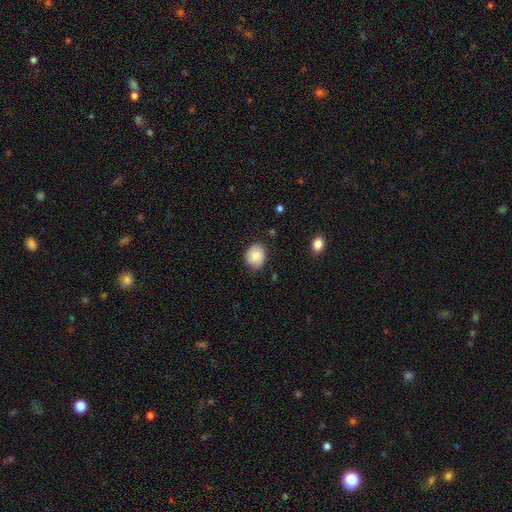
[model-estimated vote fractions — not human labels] A smooth galaxy with no disk features (78%) that is round (67%). Merging: none (79%).